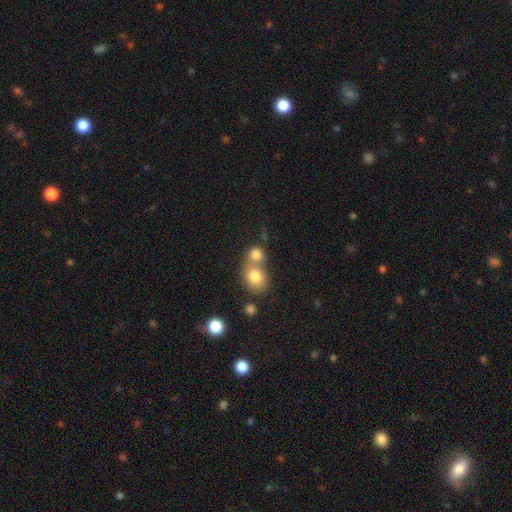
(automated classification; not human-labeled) A smooth galaxy with no disk features (79%) that is round (73%). Merging: merger (55%).